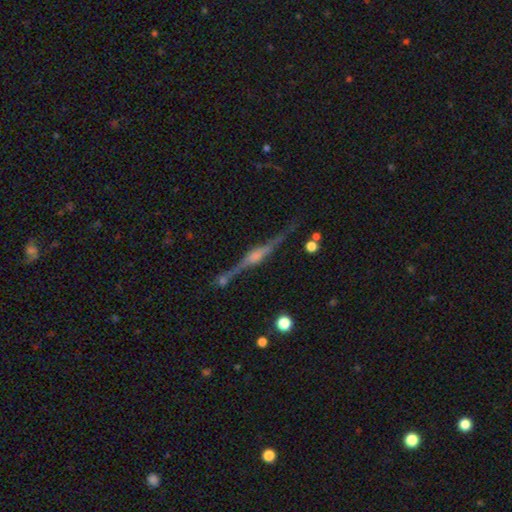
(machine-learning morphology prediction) type=featured or disk (86%); edge-on=yes (98%); edge-on bulge=rounded (80%); merging=none (81%).